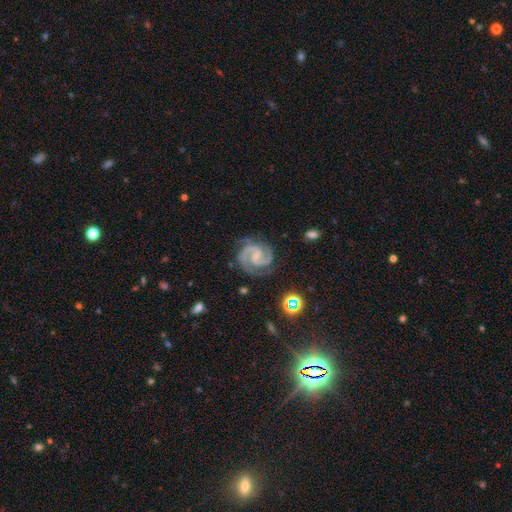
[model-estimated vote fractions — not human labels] featured or disk 92%, star or artifact 5%, smooth 3%. Down the decision tree: edge-on disk — no (98%); bar — weak (48%); spiral arms — yes (99%); spiral arm count — 2 (91%); spiral winding — medium (54%); bulge size — small (61%); merging — none (79%).